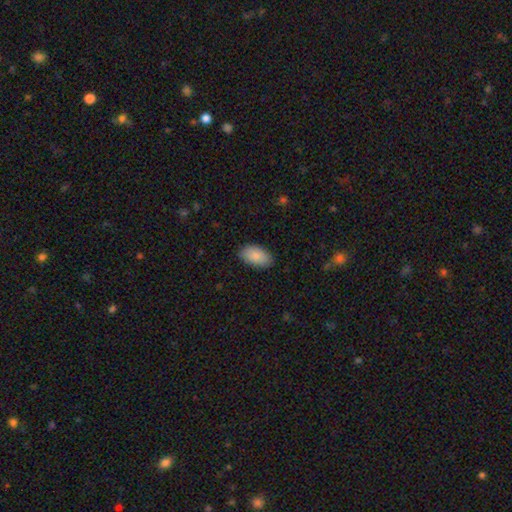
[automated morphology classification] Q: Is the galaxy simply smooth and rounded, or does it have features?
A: smooth — 87%.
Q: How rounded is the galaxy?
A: in between — 94%.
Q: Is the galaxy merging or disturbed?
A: none — 85%.